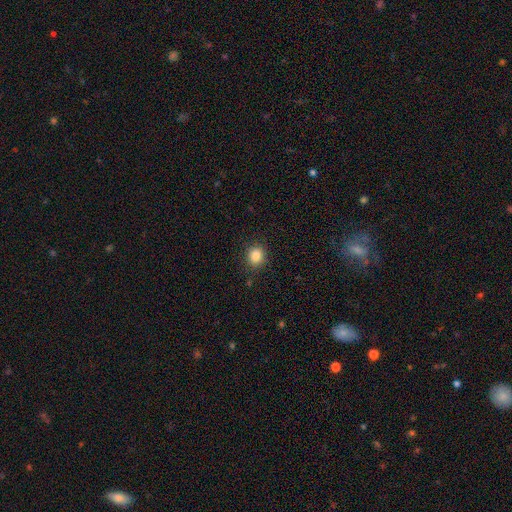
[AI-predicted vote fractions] smooth-or-featured: smooth: 85% | star or artifact: 11% | featured or disk: 4%
  how-rounded: round: 79% | in between: 20% | cigar-shaped: 1%
  merging: none: 88% | minor disturbance: 8% | major disturbance: 3% | merger: 1%